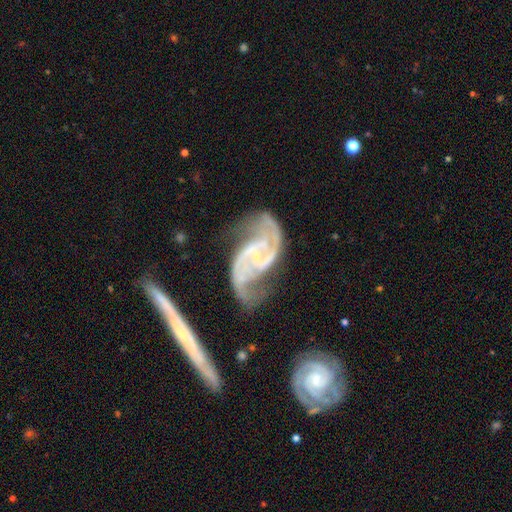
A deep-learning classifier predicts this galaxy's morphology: A featured or disk galaxy (91%) with no bar (41%), 2 (80%) medium (46%) spiral arms (97%) and a small central bulge (66%).

Vote fractions:
- Smooth or featured? featured or disk: 91% / star or artifact: 5% / smooth: 4%
- Edge-on disk? no: 96% / yes: 4%
- Bar? no: 41% / weak: 39% / strong: 19%
- Spiral arms? yes: 97% / no: 3%
- Spiral winding? medium: 46% / loose: 35% / tight: 19%
- Spiral arm count? 2: 80% / 3: 7% / can't tell: 6% / 4: 2% / 1: 2% / more than 4: 2%
- Bulge size? small: 66% / none: 19% / moderate: 13% / large: 1% / dominant: 1%
- Merging? none: 50% / minor disturbance: 23% / major disturbance: 19% / merger: 9%